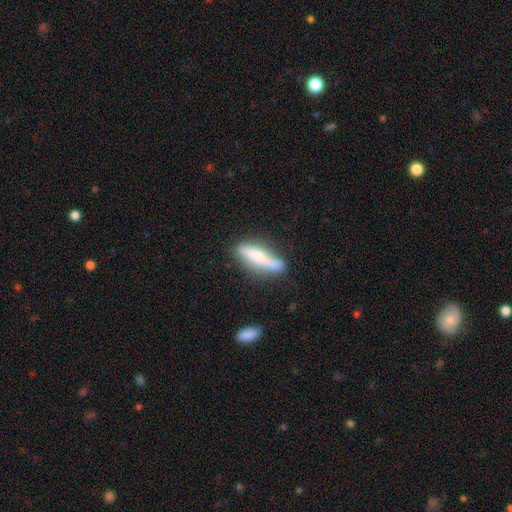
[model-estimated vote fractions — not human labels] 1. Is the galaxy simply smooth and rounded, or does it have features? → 50% featured or disk, 44% smooth, 6% star or artifact.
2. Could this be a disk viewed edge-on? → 84% yes, 16% no.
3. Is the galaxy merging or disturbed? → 75% none, 18% minor disturbance, 4% major disturbance, 3% merger.